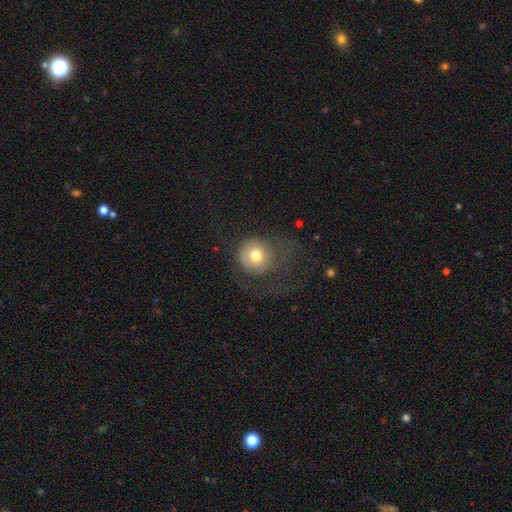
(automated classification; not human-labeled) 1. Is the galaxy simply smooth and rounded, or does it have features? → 71% smooth, 20% featured or disk, 9% star or artifact.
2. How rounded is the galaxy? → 89% round, 10% in between, 1% cigar-shaped.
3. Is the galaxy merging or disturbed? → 44% none, 35% major disturbance, 19% minor disturbance, 2% merger.